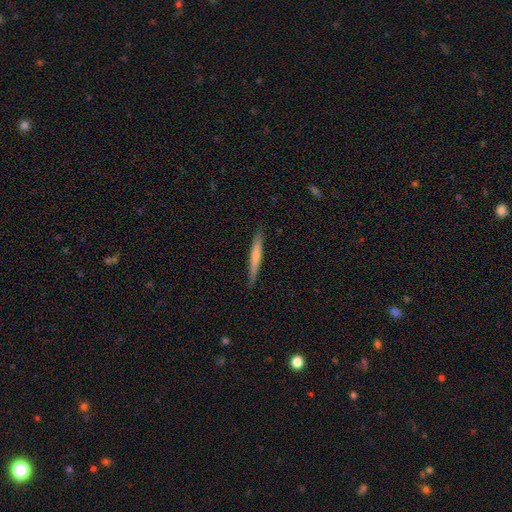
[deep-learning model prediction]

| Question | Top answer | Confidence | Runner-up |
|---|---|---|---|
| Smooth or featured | smooth | 59% | featured or disk (36%) |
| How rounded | cigar-shaped | 96% | in between (3%) |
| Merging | none | 88% | minor disturbance (9%) |